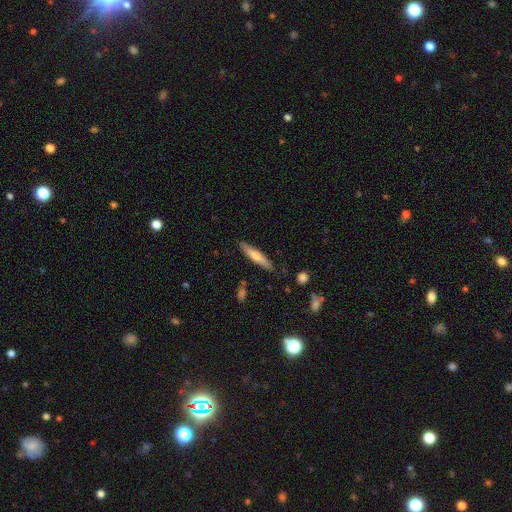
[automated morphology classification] Overall: smooth (53%; featured or disk 41%). How rounded: cigar-shaped (87%). Merging: none (85%).